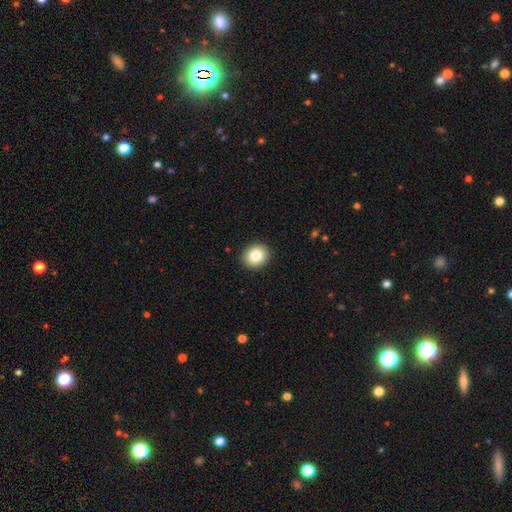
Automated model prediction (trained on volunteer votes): A smooth galaxy with no disk features (84%) that is round (76%). Merging: none (92%).